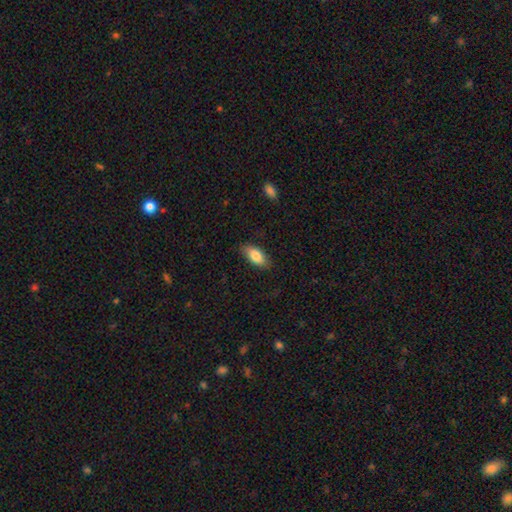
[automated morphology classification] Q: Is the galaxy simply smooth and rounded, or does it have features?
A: smooth — 83%.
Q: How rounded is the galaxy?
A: in between — 88%.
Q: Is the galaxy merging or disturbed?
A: none — 83%.